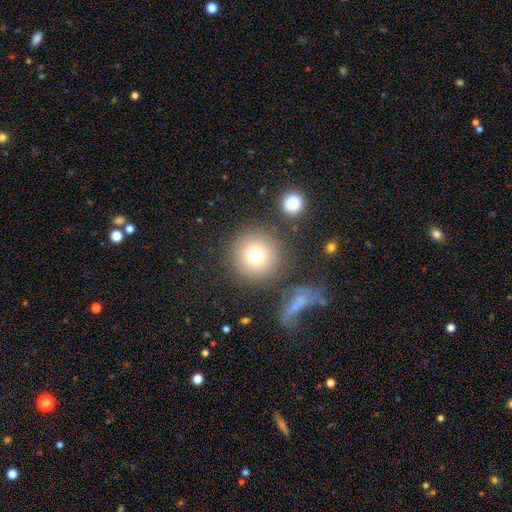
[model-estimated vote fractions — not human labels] smooth 75%, star or artifact 13%, featured or disk 12%. Down the decision tree: how rounded — round (95%); merging — none (81%).